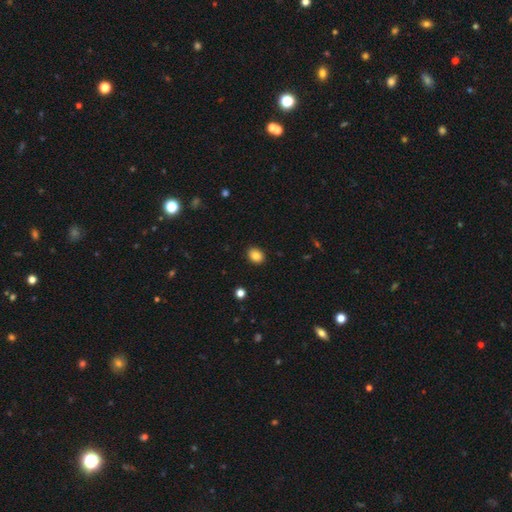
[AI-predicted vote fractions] smooth_or_featured: smooth (p=0.85) [alt: star or artifact p=0.09]
how_rounded: in between (p=0.56) [alt: round p=0.43]
merging: none (p=0.90) [alt: minor disturbance p=0.07]